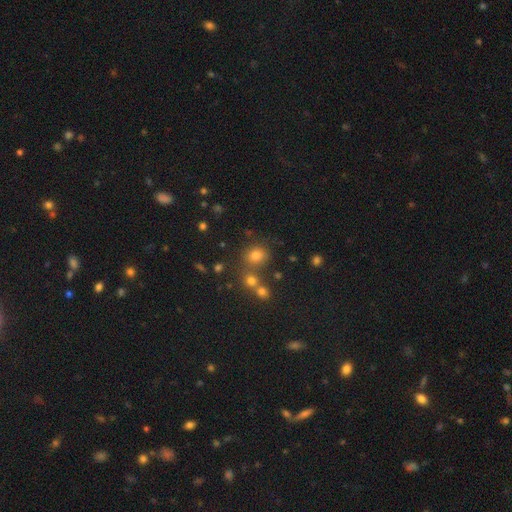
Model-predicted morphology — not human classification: This is likely a smooth galaxy (71%). How rounded: likely round (71%). Merging: likely none (66%).